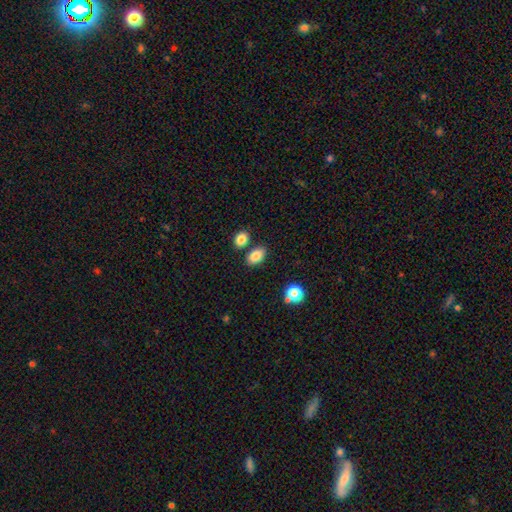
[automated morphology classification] This is clearly a smooth galaxy (85%). How rounded: clearly in between (86%). Merging: likely none (75%).